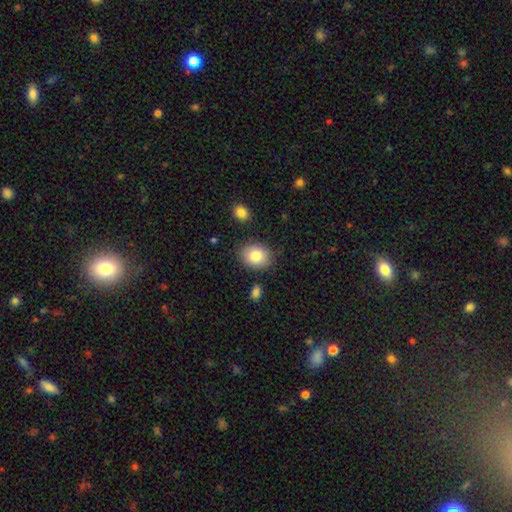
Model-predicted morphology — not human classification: Smooth or featured? smooth (83%)
How rounded? in between (51%)
Merging? none (82%)